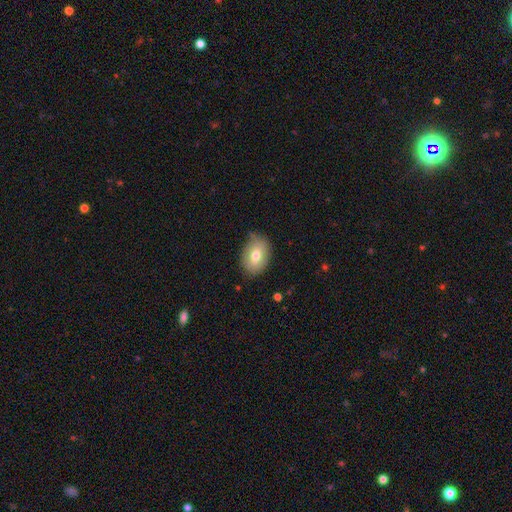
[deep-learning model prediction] smooth 73%, featured or disk 19%, star or artifact 8%. Down the decision tree: how rounded — in between (78%); merging — none (75%).